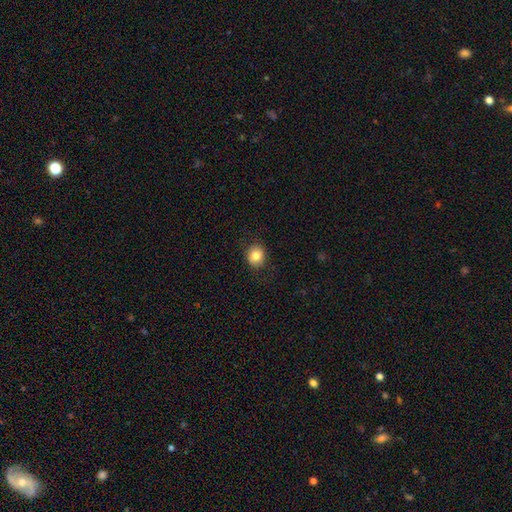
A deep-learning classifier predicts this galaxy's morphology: A smooth galaxy with no disk features (83%) that is round (76%). Merging: none (86%).